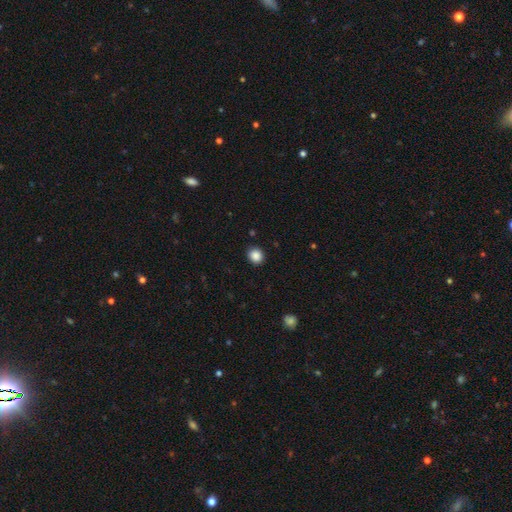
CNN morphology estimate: Smooth or featured?
  - smooth: 87% *
  - star or artifact: 10%
  - featured or disk: 3%
How rounded?
  - round: 83% *
  - in between: 16%
  - cigar-shaped: 1%
Merging?
  - none: 91% *
  - minor disturbance: 6%
  - major disturbance: 2%
  - merger: 1%